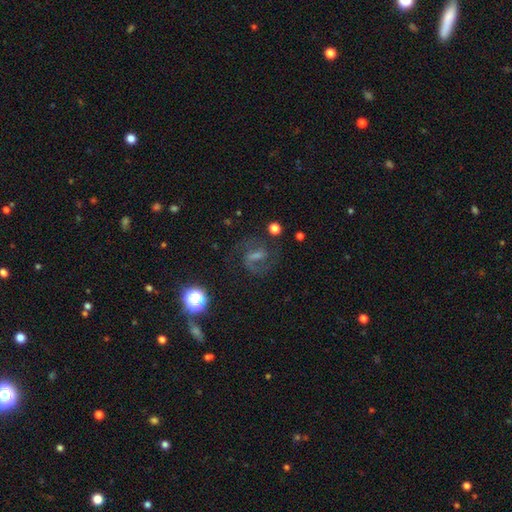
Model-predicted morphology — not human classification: A featured or disk galaxy (69%) with a weak bar (46%), 2 (80%) medium (54%) spiral arms (91%) and a small central bulge (40%). Merging: none (70%).